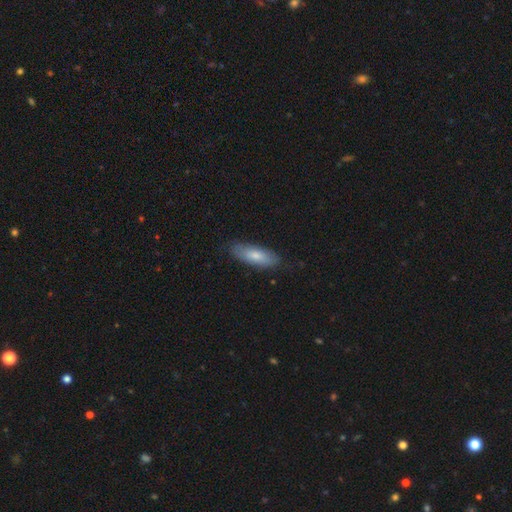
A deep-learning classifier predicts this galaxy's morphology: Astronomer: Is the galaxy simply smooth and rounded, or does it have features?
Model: smooth — 75%.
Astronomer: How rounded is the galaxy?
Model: in between — 68%.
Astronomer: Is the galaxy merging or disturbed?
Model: none — 81%.